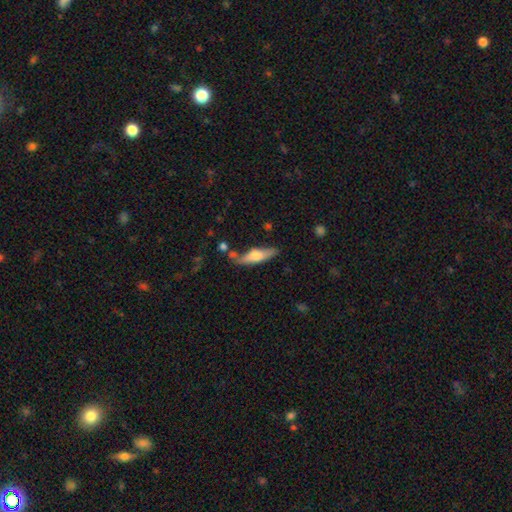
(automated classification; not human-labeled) A smooth galaxy with no disk features (53%) that is cigar-shaped (63%).

Vote fractions:
- Smooth or featured? smooth: 53% / featured or disk: 41% / star or artifact: 6%
- How rounded? cigar-shaped: 63% / in between: 35% / round: 2%
- Merging? none: 70% / minor disturbance: 18% / merger: 7% / major disturbance: 5%